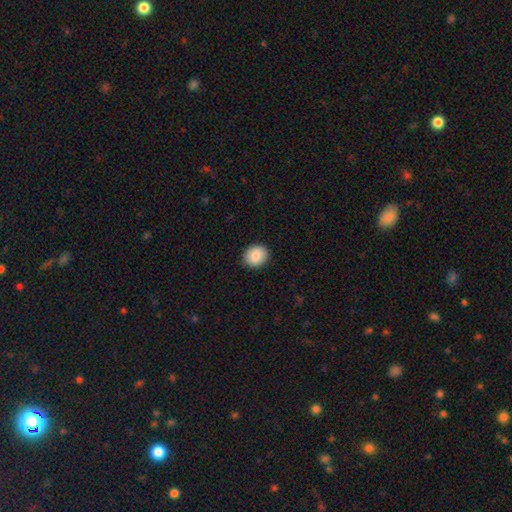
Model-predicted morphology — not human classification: type=smooth (89%); roundness=round (68%); merging=none (90%).